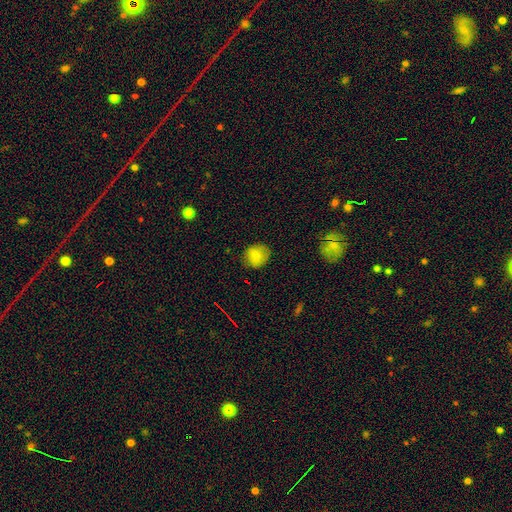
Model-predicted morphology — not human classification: smooth 77%, featured or disk 14%, star or artifact 10%. Down the decision tree: how rounded — round (76%); merging — none (78%).